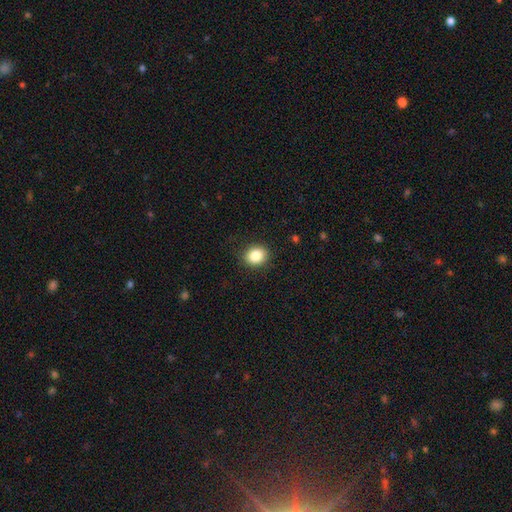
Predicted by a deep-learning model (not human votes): Overall: smooth (85%). How rounded: round (66%; in between 34%). Merging: none (89%).